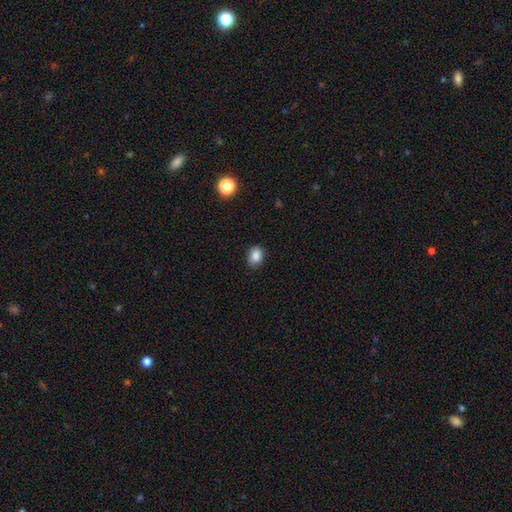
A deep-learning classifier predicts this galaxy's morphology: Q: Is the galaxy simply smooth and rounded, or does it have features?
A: smooth — 86%.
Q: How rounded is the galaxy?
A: in between — 63%.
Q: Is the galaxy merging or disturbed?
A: none — 83%.